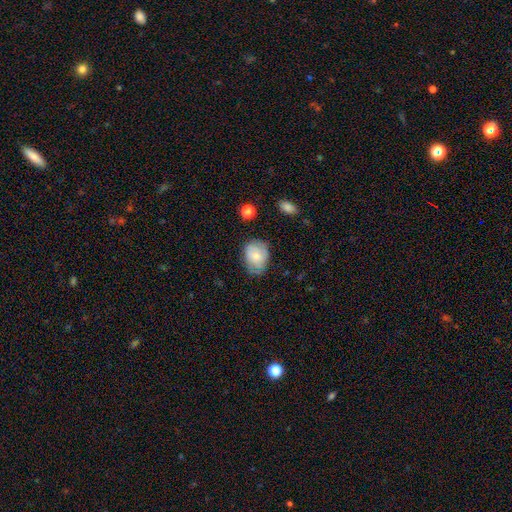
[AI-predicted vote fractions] smooth-or-featured: smooth: 52% | featured or disk: 40% | star or artifact: 8%
  how-rounded: in between: 59% | round: 40% | cigar-shaped: 1%
  merging: none: 64% | minor disturbance: 27% | major disturbance: 8% | merger: 2%